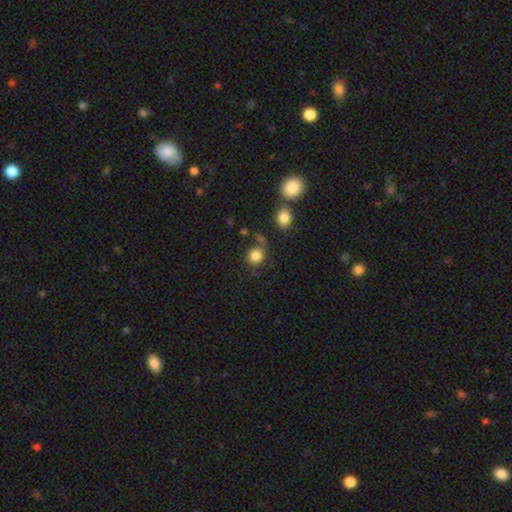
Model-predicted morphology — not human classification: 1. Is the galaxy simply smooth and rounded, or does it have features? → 84% smooth, 10% star or artifact, 6% featured or disk.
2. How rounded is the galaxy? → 83% round, 16% in between, 1% cigar-shaped.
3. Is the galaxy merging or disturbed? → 67% none, 15% minor disturbance, 11% merger, 7% major disturbance.